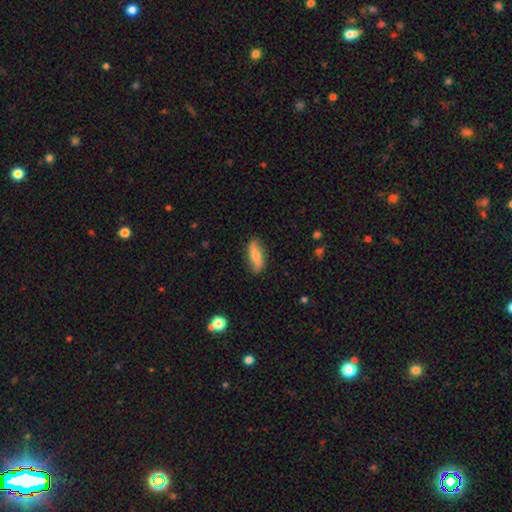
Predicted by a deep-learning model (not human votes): This is likely a smooth galaxy (64%). How rounded: likely in between (62%). Merging: likely none (79%).